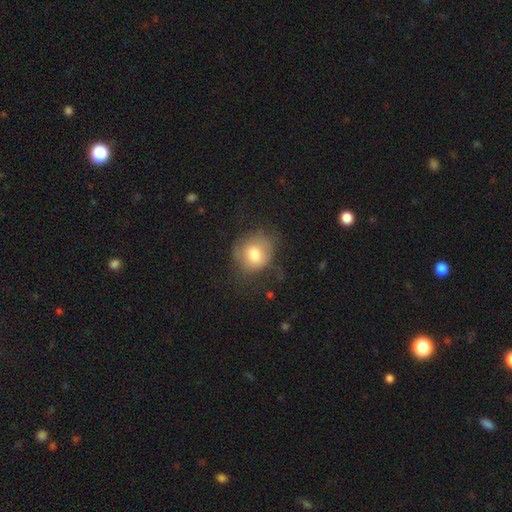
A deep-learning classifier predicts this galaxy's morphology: Q: Smooth or featured?
A: smooth (74%); runner-up: featured or disk (17%)
Q: How rounded?
A: round (69%); runner-up: in between (30%)
Q: Merging?
A: none (53%); runner-up: minor disturbance (26%)